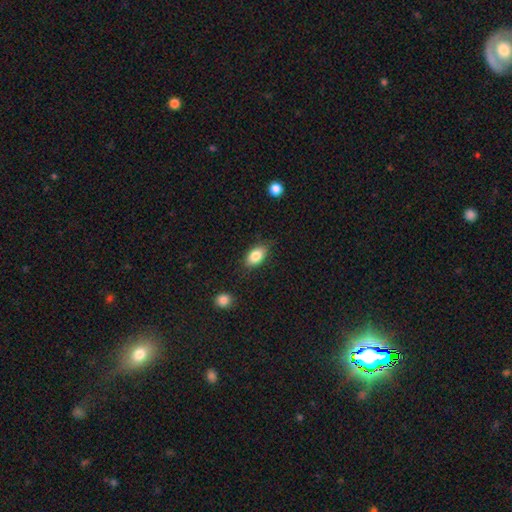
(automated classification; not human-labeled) This is clearly a smooth galaxy (84%). How rounded: clearly in between (89%). Merging: likely none (80%).